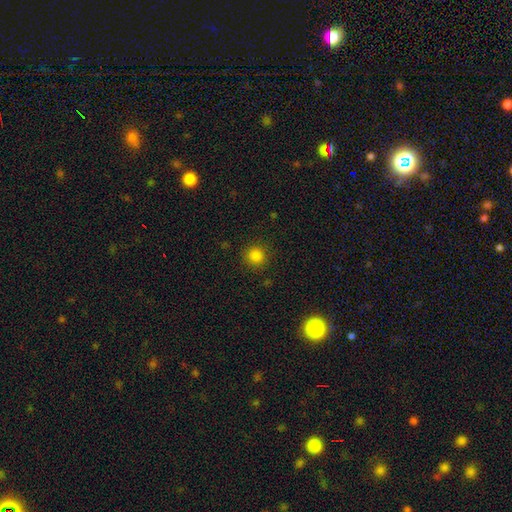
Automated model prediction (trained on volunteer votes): A smooth galaxy with no disk features (84%) that is round (93%). Merging: none (90%).